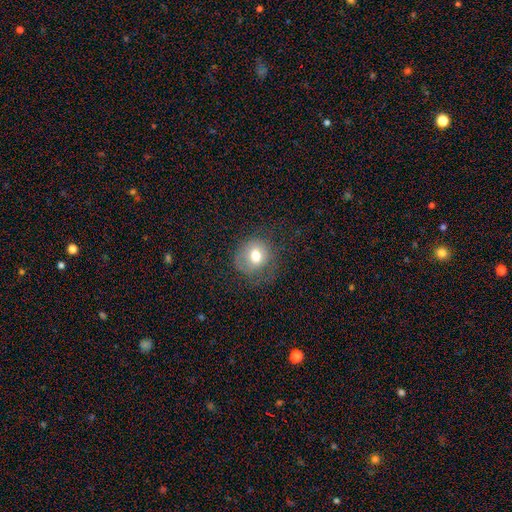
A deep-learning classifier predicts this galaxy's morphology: smooth 70%, featured or disk 19%, star or artifact 11%. Down the decision tree: how rounded — round (78%); merging — none (64%).